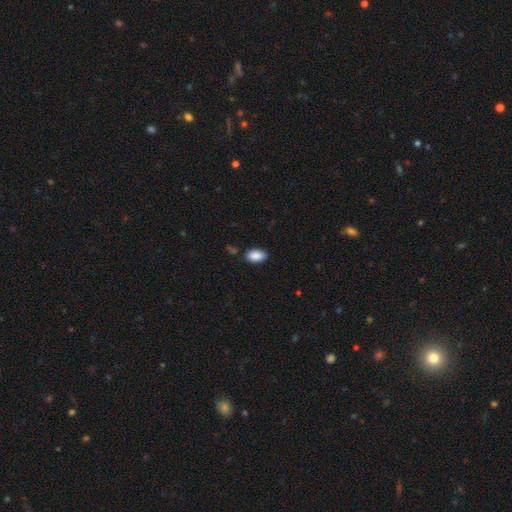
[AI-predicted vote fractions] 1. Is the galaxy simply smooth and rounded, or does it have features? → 89% smooth, 7% star or artifact, 4% featured or disk.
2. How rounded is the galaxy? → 92% in between, 6% round, 2% cigar-shaped.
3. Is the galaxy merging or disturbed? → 84% none, 12% minor disturbance, 2% major disturbance, 2% merger.